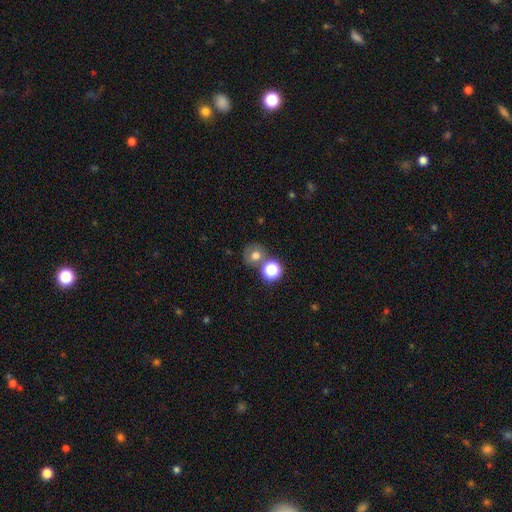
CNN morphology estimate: Smooth or featured? Predicted: smooth (p=0.67). How rounded? Predicted: round (p=0.83). Merging? Predicted: none (p=0.60).